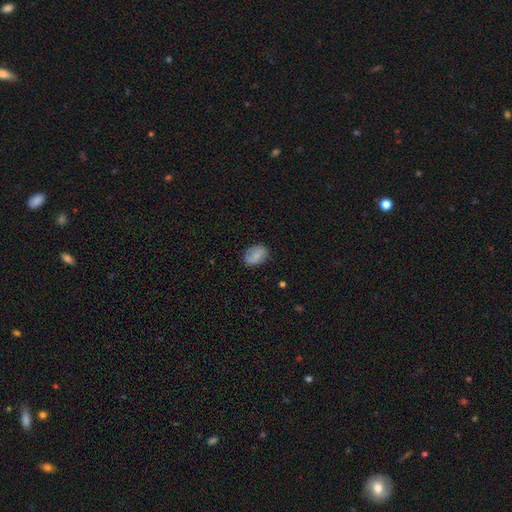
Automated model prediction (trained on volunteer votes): Morphology: type=smooth (76%); roundness=in between (81%); merging=none (77%).